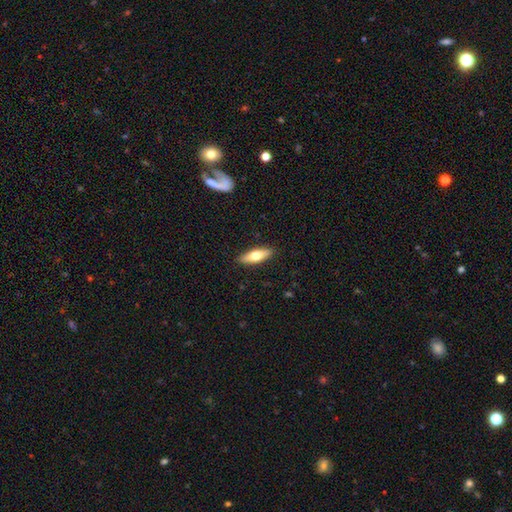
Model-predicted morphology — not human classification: smooth 61%, featured or disk 33%, star or artifact 6%. Down the decision tree: how rounded — in between (54%); merging — none (89%).